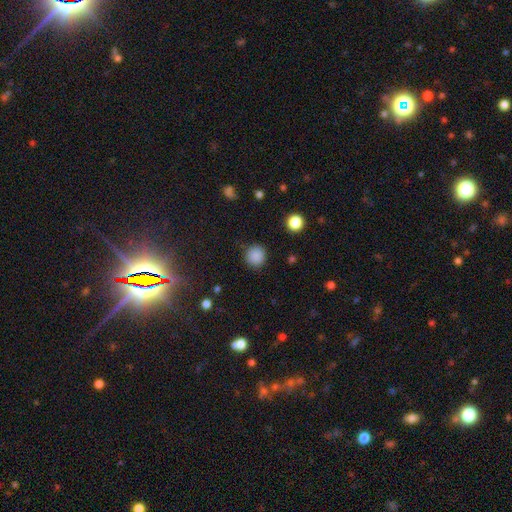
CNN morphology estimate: This is clearly a smooth galaxy (86%). How rounded: clearly round (92%). Merging: clearly none (87%).